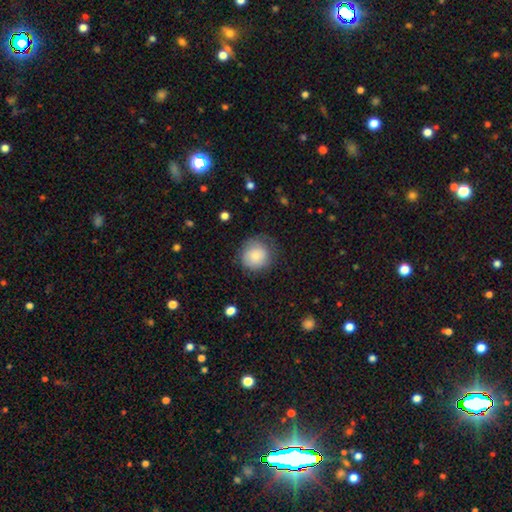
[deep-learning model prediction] Morphology: type=smooth (80%); roundness=round (89%); merging=none (66%).